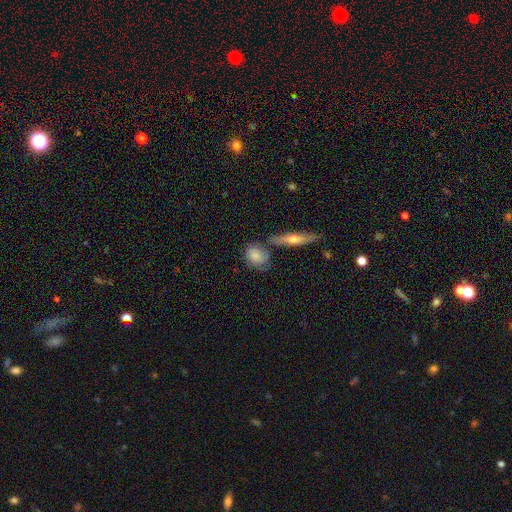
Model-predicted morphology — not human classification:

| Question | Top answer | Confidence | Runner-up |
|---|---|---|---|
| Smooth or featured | smooth | 73% | featured or disk (20%) |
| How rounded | in between | 60% | round (33%) |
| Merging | none | 55% | minor disturbance (21%) |